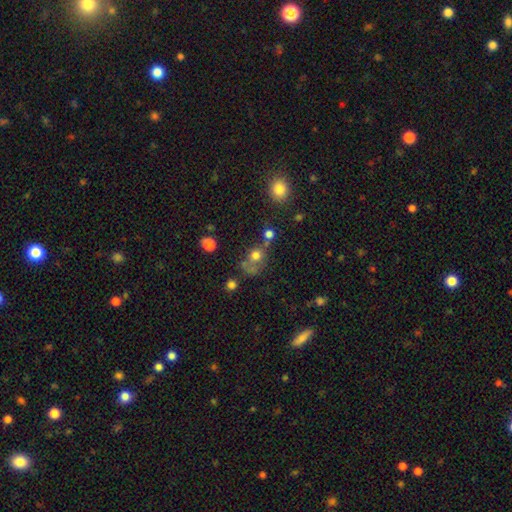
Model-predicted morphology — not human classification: smooth-or-featured: smooth: 67% | star or artifact: 18% | featured or disk: 15%
  how-rounded: round: 73% | in between: 25% | cigar-shaped: 1%
  merging: none: 40% | merger: 31% | minor disturbance: 15% | major disturbance: 15%